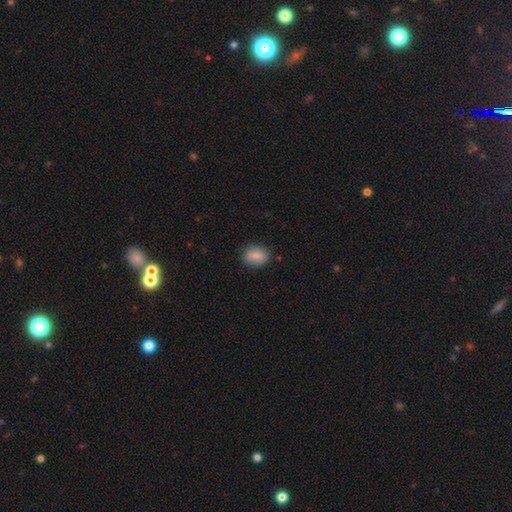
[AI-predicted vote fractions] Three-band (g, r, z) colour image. It shows a smooth galaxy with no disk features (83%) that is in between round and cigar-shaped (61%). Merging: none (83%).